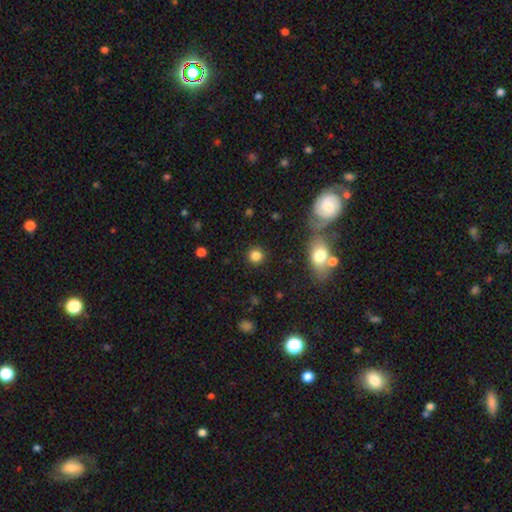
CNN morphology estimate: Q: Smooth or featured?
A: smooth (83%); runner-up: star or artifact (11%)
Q: How rounded?
A: round (92%); runner-up: in between (7%)
Q: Merging?
A: none (90%); runner-up: minor disturbance (6%)